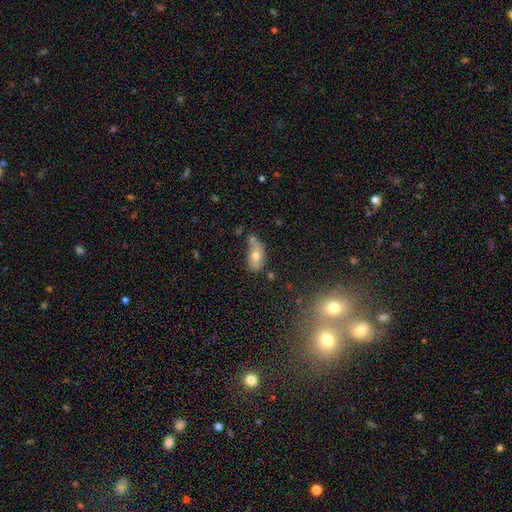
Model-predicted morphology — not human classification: smooth 63%, featured or disk 28%, star or artifact 9%. Down the decision tree: how rounded — in between (86%); merging — none (34%).